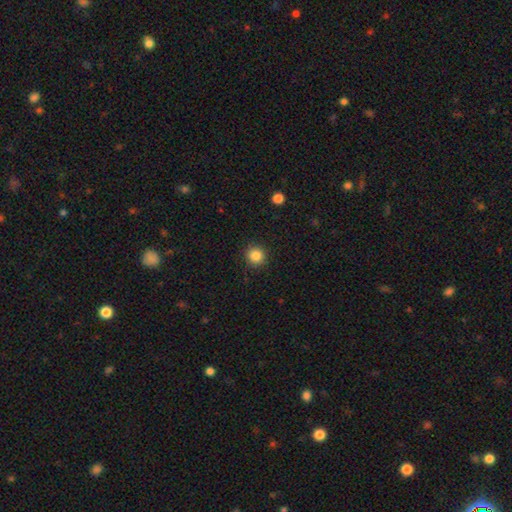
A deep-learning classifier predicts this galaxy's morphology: A smooth galaxy with no disk features (86%) that is round (93%).

Vote fractions:
- Smooth or featured? smooth: 86% / star or artifact: 10% / featured or disk: 4%
- How rounded? round: 93% / in between: 6% / cigar-shaped: 1%
- Merging? none: 91% / minor disturbance: 6% / major disturbance: 2% / merger: 1%